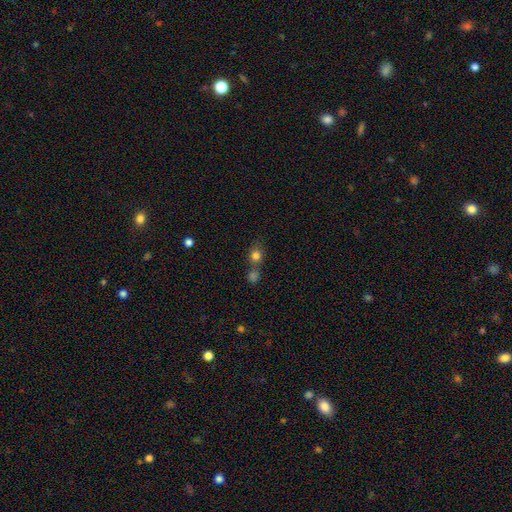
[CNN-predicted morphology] A smooth galaxy with no disk features (78%) that is round (75%). Merging: none (46%).